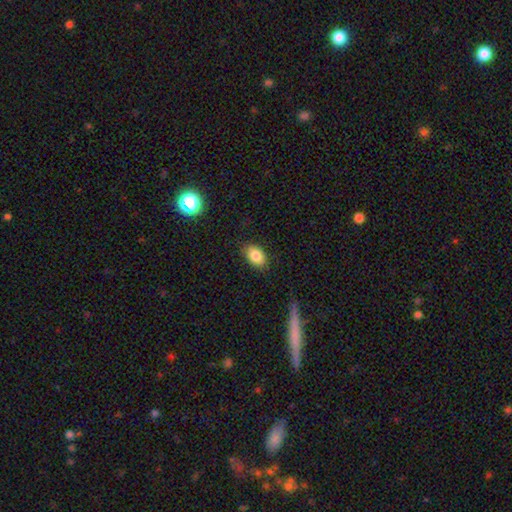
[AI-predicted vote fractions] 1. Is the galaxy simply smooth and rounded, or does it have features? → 84% smooth, 9% star or artifact, 7% featured or disk.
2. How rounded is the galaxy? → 85% in between, 13% round, 1% cigar-shaped.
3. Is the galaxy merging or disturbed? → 84% none, 12% minor disturbance, 3% major disturbance, 1% merger.